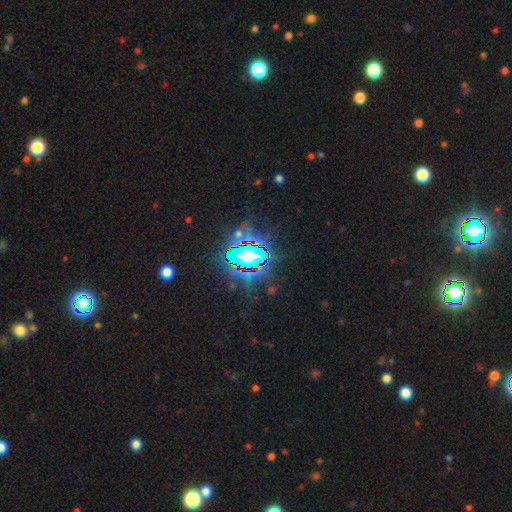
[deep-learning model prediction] Morphology: type=star or artifact (68%).